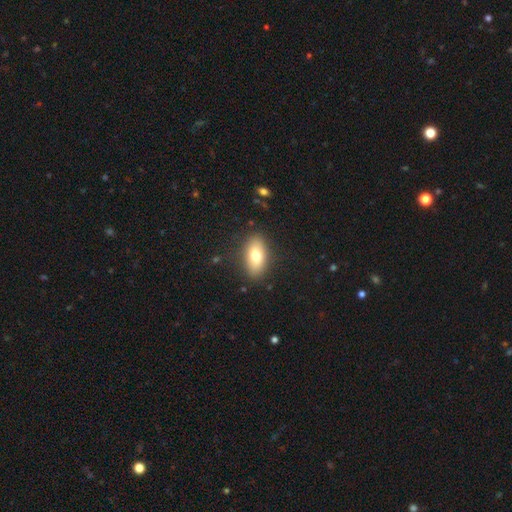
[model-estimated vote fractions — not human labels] Smooth or featured?
  - smooth: 74% *
  - featured or disk: 18%
  - star or artifact: 7%
How rounded?
  - in between: 89% *
  - cigar-shaped: 6%
  - round: 5%
Merging?
  - none: 85% *
  - minor disturbance: 11%
  - major disturbance: 3%
  - merger: 1%